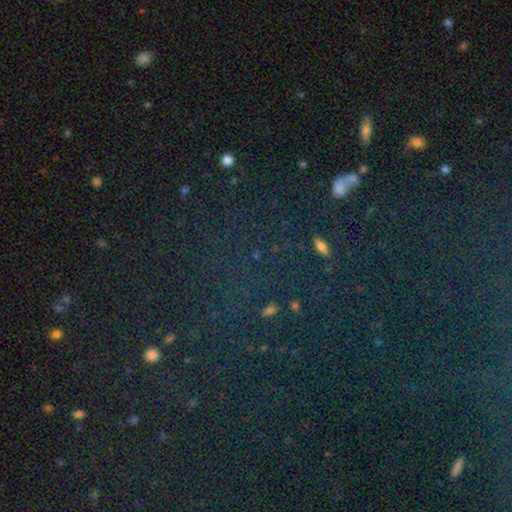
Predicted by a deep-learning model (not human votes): The model was most divided on "smooth or featured": star or artifact: 78%, smooth: 13%, featured or disk: 9%.